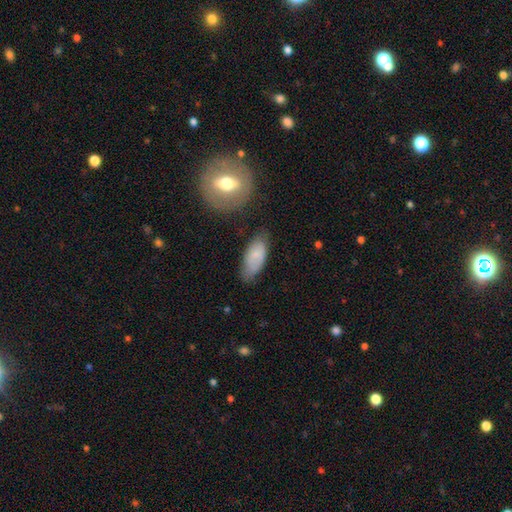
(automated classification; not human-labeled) smooth_or_featured: smooth (p=0.76) [alt: featured or disk p=0.17]
how_rounded: in between (p=0.87) [alt: cigar-shaped p=0.10]
merging: none (p=0.67) [alt: minor disturbance p=0.23]